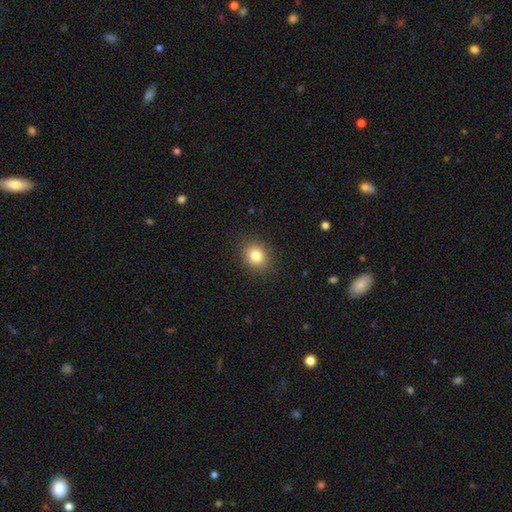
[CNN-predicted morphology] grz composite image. It shows a smooth galaxy with no disk features (82%) that is round (65%). Merging: none (89%).